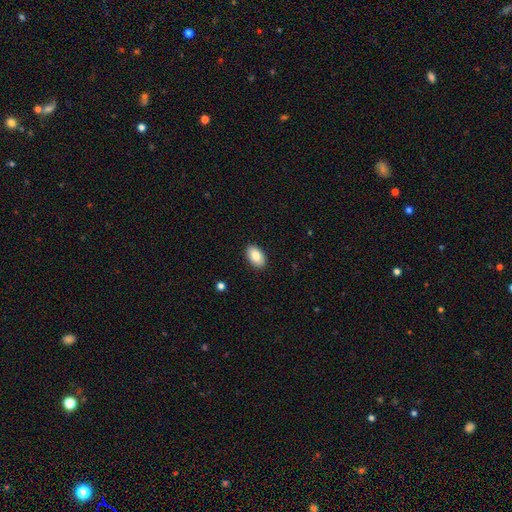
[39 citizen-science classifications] Smooth or featured? 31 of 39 (79%) said smooth. How rounded? 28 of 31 (90%) said in between. Merging? 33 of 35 (94%) said none.